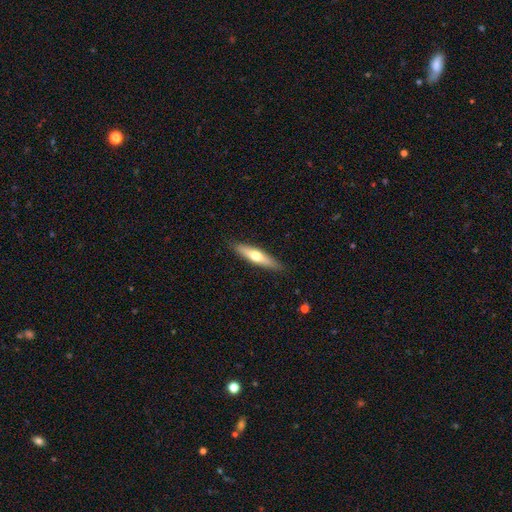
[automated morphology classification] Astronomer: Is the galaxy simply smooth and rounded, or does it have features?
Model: smooth — 49% (runner-up: featured or disk, 46%).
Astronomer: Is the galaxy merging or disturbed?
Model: none — 89%.